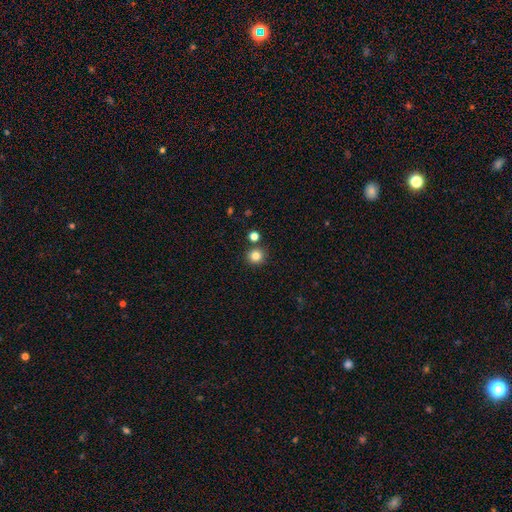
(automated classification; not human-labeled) Smooth or featured? Predicted: smooth (p=0.82). How rounded? Predicted: round (p=0.93). Merging? Predicted: none (p=0.84).